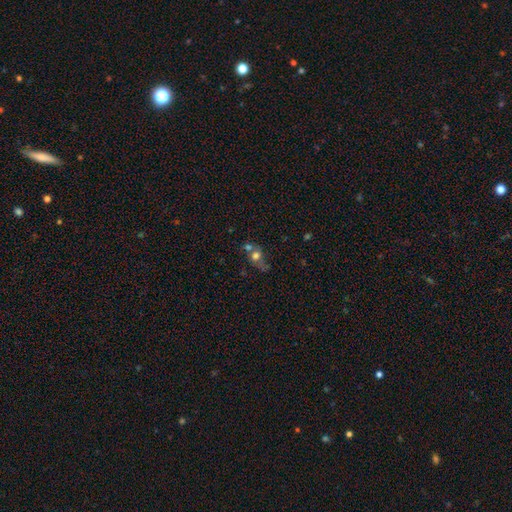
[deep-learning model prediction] Smooth or featured: smooth — 64% (featured or disk — 23%)
How rounded: round — 59% (in between — 39%)
Merging: merger — 44% (none — 33%)